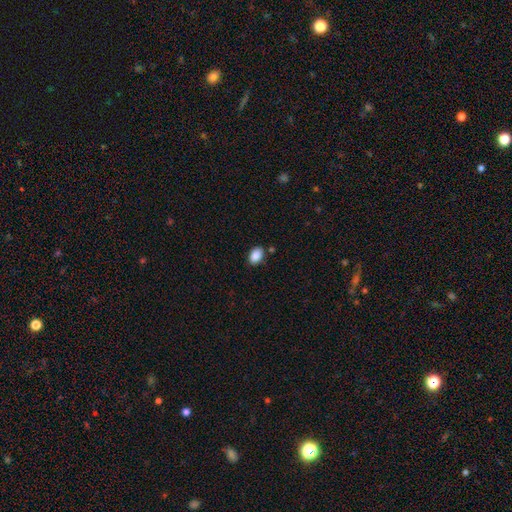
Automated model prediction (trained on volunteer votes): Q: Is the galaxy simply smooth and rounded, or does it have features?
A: smooth — 89%.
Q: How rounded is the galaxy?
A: in between — 84%.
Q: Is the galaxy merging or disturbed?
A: none — 82%.